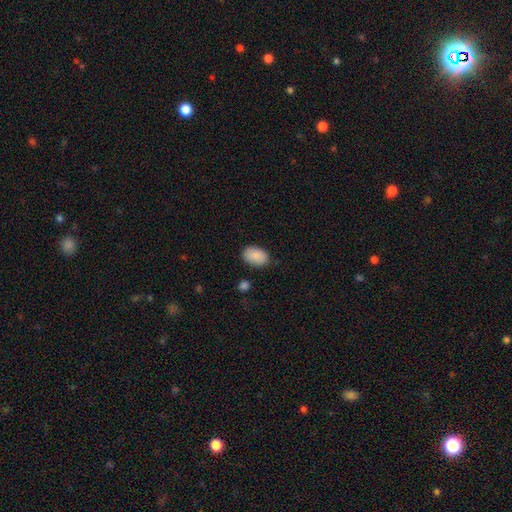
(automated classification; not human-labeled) smooth_or_featured: smooth (p=0.88) [alt: star or artifact p=0.07]
how_rounded: in between (p=0.90) [alt: round p=0.09]
merging: none (p=0.83) [alt: minor disturbance p=0.13]